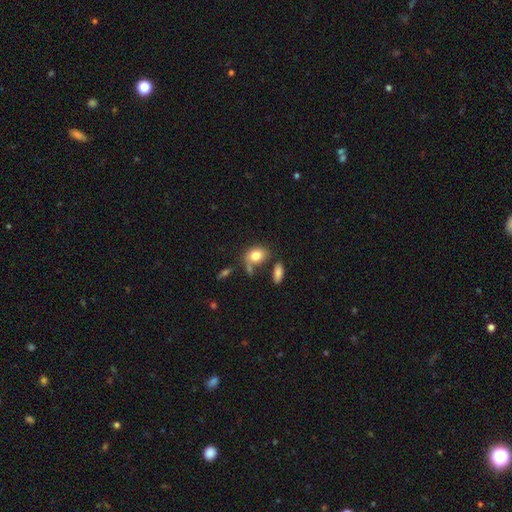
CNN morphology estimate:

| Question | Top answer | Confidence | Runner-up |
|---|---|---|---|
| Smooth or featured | smooth | 80% | featured or disk (11%) |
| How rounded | in between | 70% | round (28%) |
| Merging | none | 56% | minor disturbance (18%) |